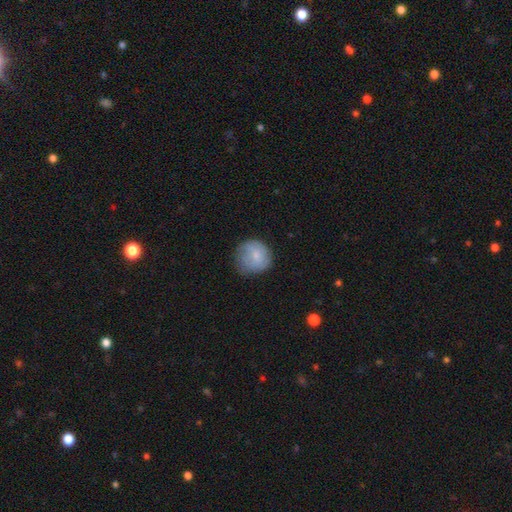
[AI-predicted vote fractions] This is likely a smooth galaxy (75%). How rounded: clearly round (89%). Merging: likely none (64%).